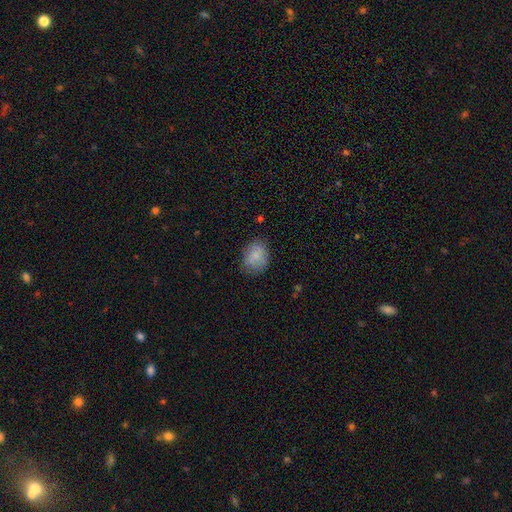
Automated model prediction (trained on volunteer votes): Q: Smooth or featured?
A: smooth (81%); runner-up: featured or disk (11%)
Q: How rounded?
A: in between (67%); runner-up: round (32%)
Q: Merging?
A: none (67%); runner-up: minor disturbance (24%)